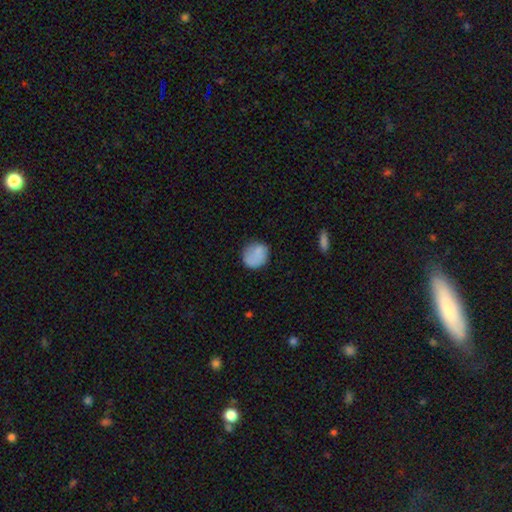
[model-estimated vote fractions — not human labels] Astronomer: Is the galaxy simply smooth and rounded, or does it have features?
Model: smooth — 82%.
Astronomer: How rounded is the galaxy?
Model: round — 79%.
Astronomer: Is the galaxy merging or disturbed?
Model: none — 71%.